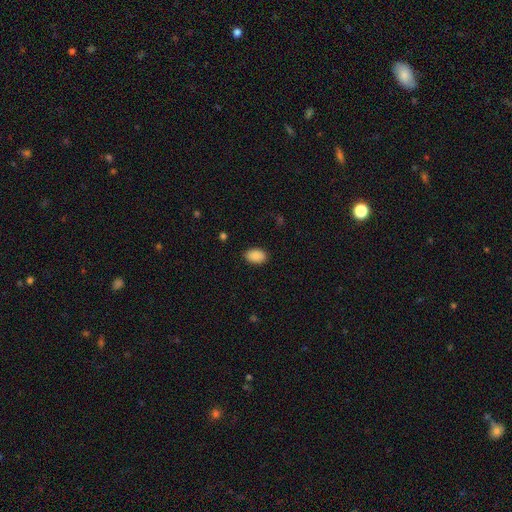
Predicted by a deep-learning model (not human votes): This appears to be a smooth galaxy with no disk features (89%) that is in between round and cigar-shaped (88%). Merging: none (86%).